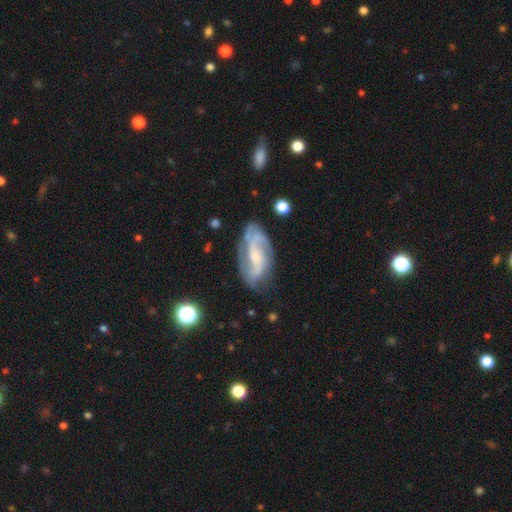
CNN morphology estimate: Overall: featured or disk (82%). Edge-on disk: no (95%). Bar: no (44%; weak 42%). Spiral arms: yes (95%). Spiral arm count: 2 (61%). Spiral winding: medium (48%; loose 27%). Bulge size: small (51%; moderate 32%). Merging: none (69%).